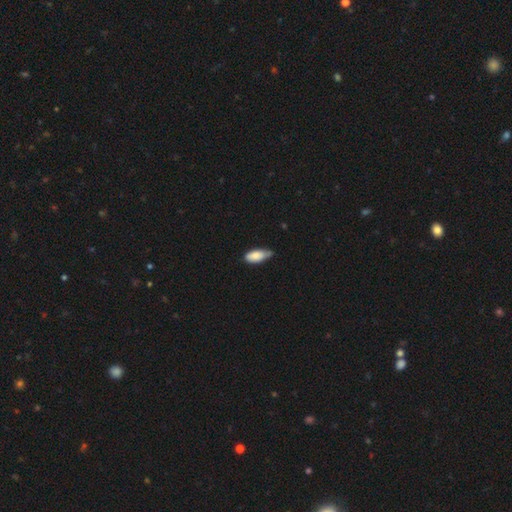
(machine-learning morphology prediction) Smooth or featured: smooth — 81% (featured or disk — 12%)
How rounded: in between — 85% (cigar-shaped — 13%)
Merging: none — 48% (minor disturbance — 43%)